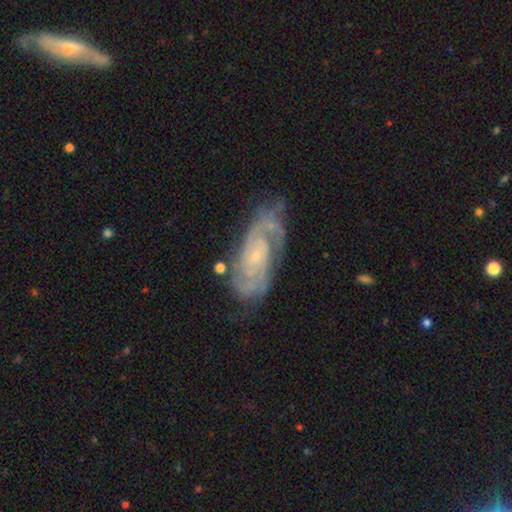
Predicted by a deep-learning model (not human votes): smooth-or-featured: featured or disk: 88% | smooth: 7% | star or artifact: 5%
  disk-edge-on: no: 95% | yes: 5%
    bar: no: 60% | weak: 32% | strong: 7%
    has-spiral-arms: yes: 97% | no: 3%
      spiral-winding: tight: 58% | medium: 35% | loose: 7%
      spiral-arm-count: 2: 56% | can't tell: 18% | 3: 15% | 4: 5% | 1: 4% | more than 4: 3%
    bulge-size: small: 77% | moderate: 17% | none: 4% | large: 1% | dominant: 1%
  merging: none: 66% | minor disturbance: 21% | major disturbance: 9% | merger: 3%